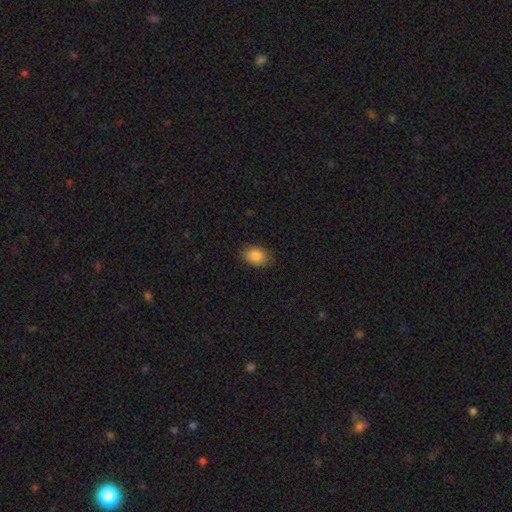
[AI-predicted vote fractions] This is clearly a smooth galaxy (88%). How rounded: likely in between (77%). Merging: clearly none (84%).